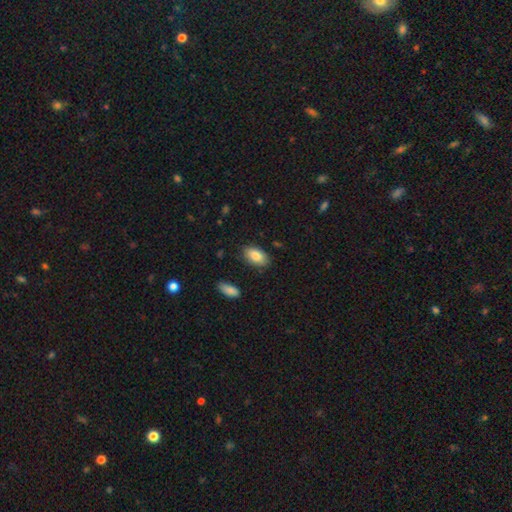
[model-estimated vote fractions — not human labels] This is clearly a smooth galaxy (85%). How rounded: clearly in between (93%). Merging: clearly none (84%).